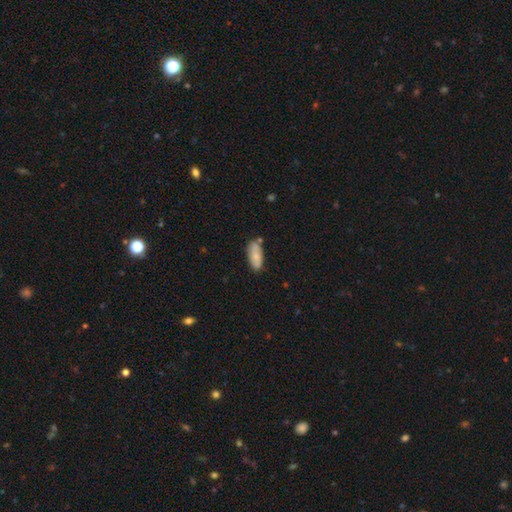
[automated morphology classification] A smooth galaxy with no disk features (75%) that is in between round and cigar-shaped (84%).

Vote fractions:
- Smooth or featured? smooth: 75% / featured or disk: 18% / star or artifact: 6%
- How rounded? in between: 84% / cigar-shaped: 14% / round: 2%
- Merging? none: 70% / minor disturbance: 19% / merger: 8% / major disturbance: 4%